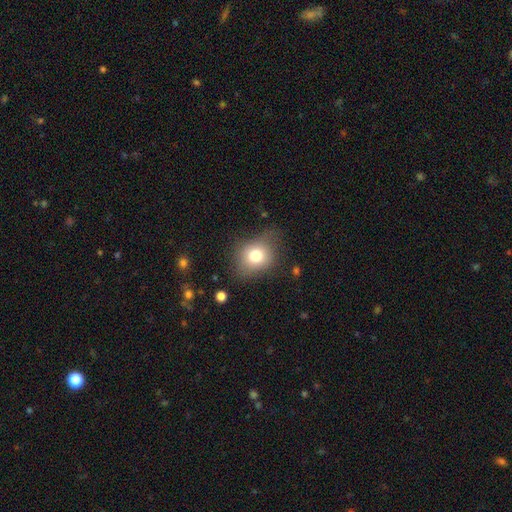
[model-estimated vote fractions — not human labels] The model was most divided on "how rounded": round: 56%, in between: 43%, cigar-shaped: 1%. More confident: smooth or featured — smooth (75%); merging — none (63%).